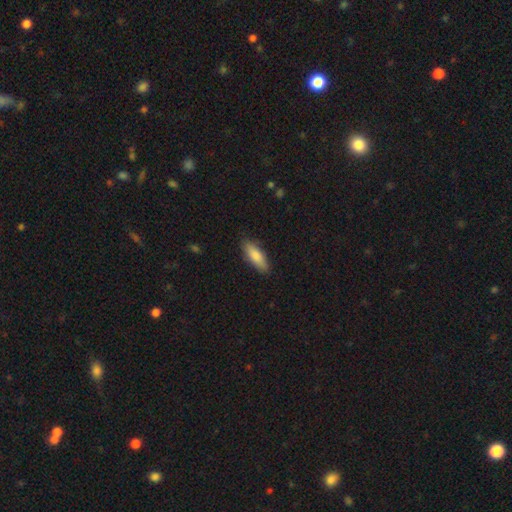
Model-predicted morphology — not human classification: smooth_or_featured: smooth (p=0.84) [alt: featured or disk p=0.11]
how_rounded: in between (p=0.58) [alt: cigar-shaped p=0.40]
merging: none (p=0.86) [alt: minor disturbance p=0.11]